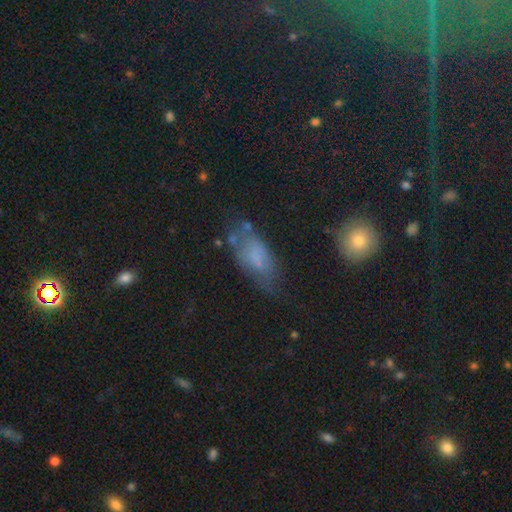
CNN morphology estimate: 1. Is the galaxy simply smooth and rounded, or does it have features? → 61% smooth, 24% featured or disk, 15% star or artifact.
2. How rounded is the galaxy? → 81% in between, 14% cigar-shaped, 5% round.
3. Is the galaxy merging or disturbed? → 47% none, 28% minor disturbance, 18% major disturbance, 7% merger.